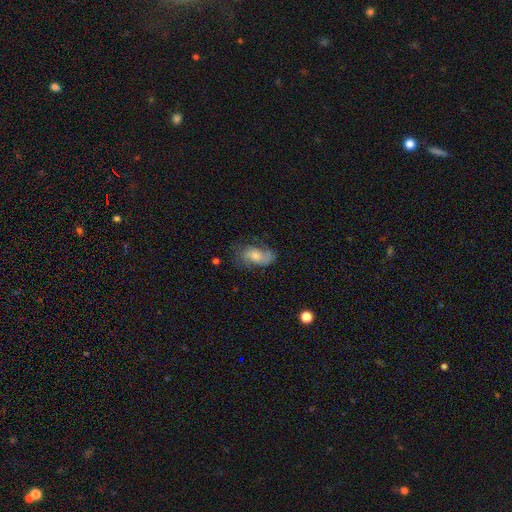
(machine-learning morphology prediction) This appears to be a smooth galaxy with no disk features (54%) that is in between round and cigar-shaped (89%). Merging: none (52%).